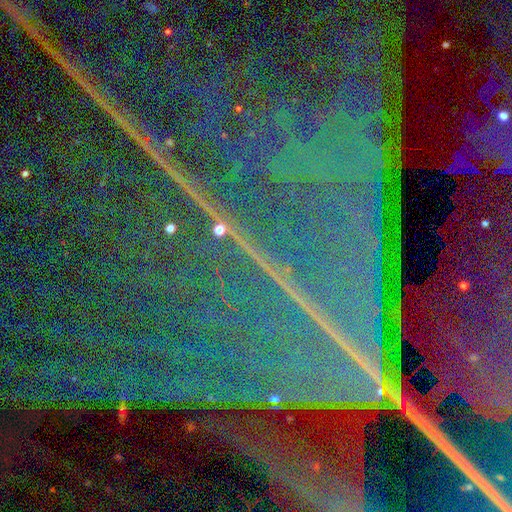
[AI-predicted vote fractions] Smooth or featured? Predicted: star or artifact (p=0.90).